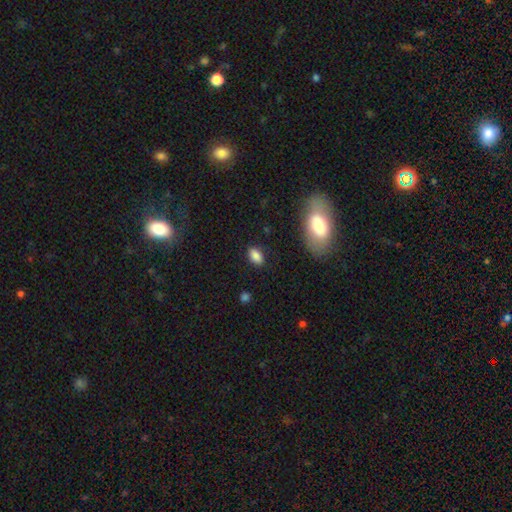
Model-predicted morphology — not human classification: Smooth or featured? Predicted: smooth (p=0.85). How rounded? Predicted: in between (p=0.88). Merging? Predicted: none (p=0.83).